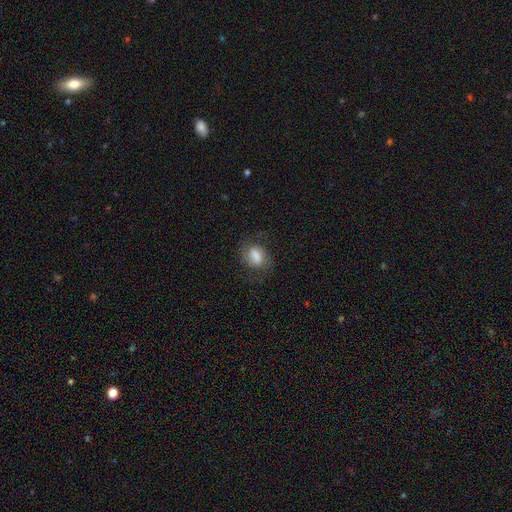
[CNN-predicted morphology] Smooth or featured? smooth (72%)
How rounded? in between (74%)
Merging? none (67%)